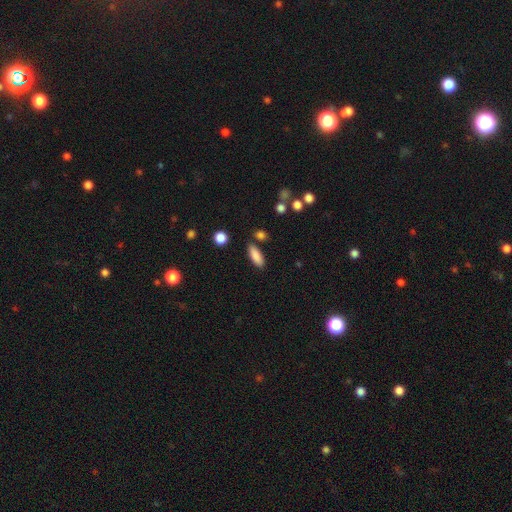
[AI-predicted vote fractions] smooth 87%, star or artifact 7%, featured or disk 5%. Down the decision tree: how rounded — in between (72%); merging — none (83%).